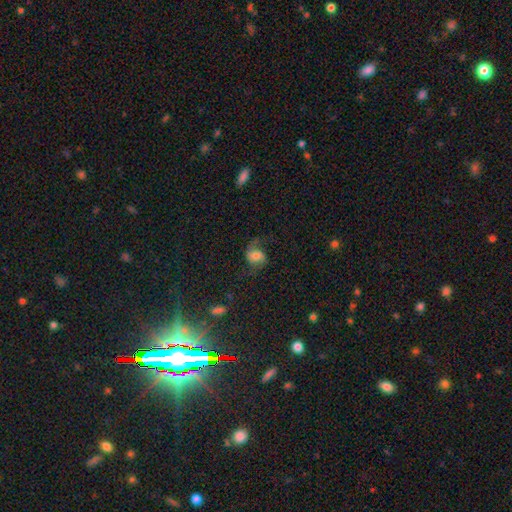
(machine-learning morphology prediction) smooth-or-featured: featured or disk: 61% | smooth: 29% | star or artifact: 11%
  disk-edge-on: no: 97% | yes: 3%
    bar: no: 49% | weak: 37% | strong: 13%
    has-spiral-arms: yes: 92% | no: 8%
      spiral-winding: loose: 59% | medium: 34% | tight: 7%
      spiral-arm-count: 2: 90% | 1: 4% | can't tell: 3% | 3: 1% | 4: 1% | more than 4: 1%
    bulge-size: moderate: 50% | small: 28% | large: 14% | none: 5% | dominant: 3%
  merging: none: 65% | minor disturbance: 17% | major disturbance: 16% | merger: 2%